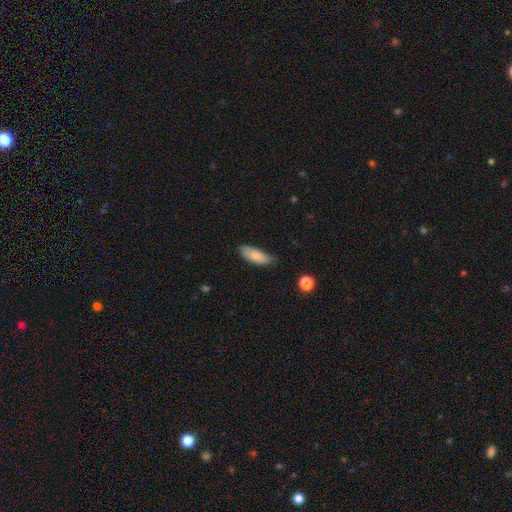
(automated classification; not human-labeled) Overall: smooth (83%). How rounded: in between (76%). Merging: none (67%; minor disturbance 28%).